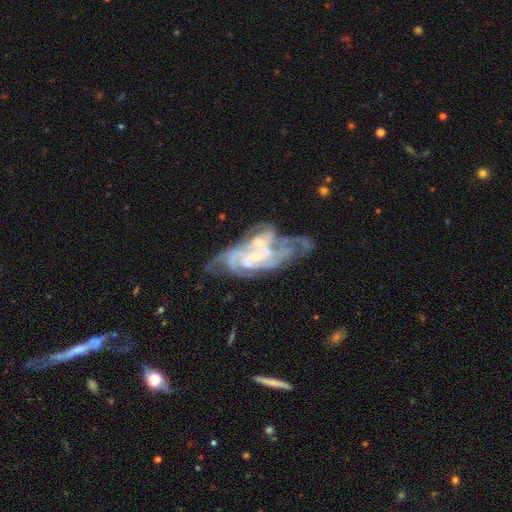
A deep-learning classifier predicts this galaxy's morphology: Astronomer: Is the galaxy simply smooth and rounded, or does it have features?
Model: featured or disk — 86%.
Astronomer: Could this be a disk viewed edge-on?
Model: no — 94%.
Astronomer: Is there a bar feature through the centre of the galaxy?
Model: no — 45% (runner-up: weak, 38%).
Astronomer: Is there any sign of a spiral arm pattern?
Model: yes — 95%.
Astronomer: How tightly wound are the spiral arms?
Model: tight — 56% (runner-up: medium, 34%).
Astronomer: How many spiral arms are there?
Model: can't tell — 30% (runner-up: 3, 21%).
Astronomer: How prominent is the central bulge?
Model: small — 60%.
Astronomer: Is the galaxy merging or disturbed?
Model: merger — 42% (runner-up: none, 31%).